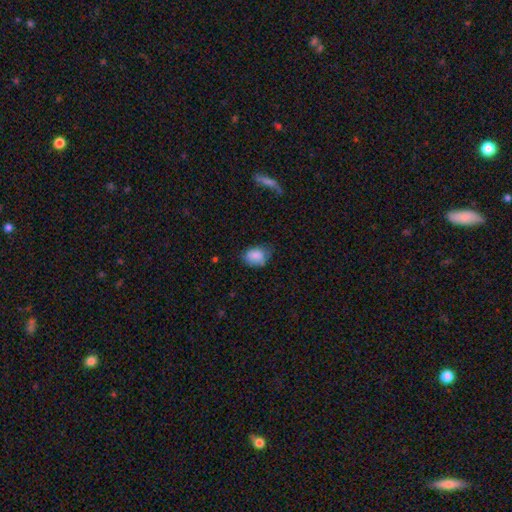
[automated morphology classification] This is clearly a smooth galaxy (83%). How rounded: likely in between (72%). Merging: possibly none (52%).